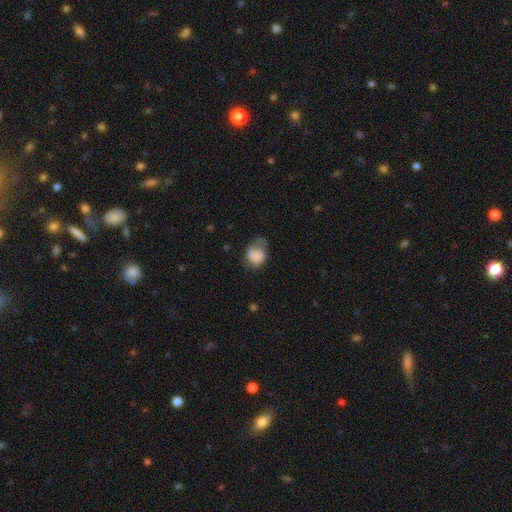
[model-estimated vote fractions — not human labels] Overall: smooth (72%). How rounded: round (57%; in between 43%). Merging: none (34%; major disturbance 33%).